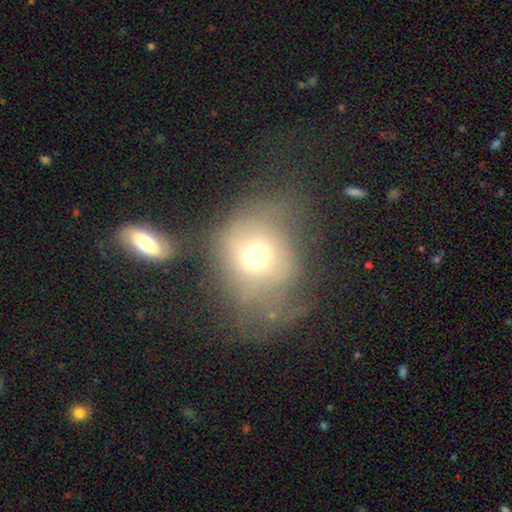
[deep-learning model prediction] Smooth or featured?
  - smooth: 61% *
  - featured or disk: 23%
  - star or artifact: 16%
How rounded?
  - round: 68% *
  - in between: 30%
  - cigar-shaped: 1%
Merging?
  - none: 39% *
  - major disturbance: 30%
  - minor disturbance: 23%
  - merger: 8%